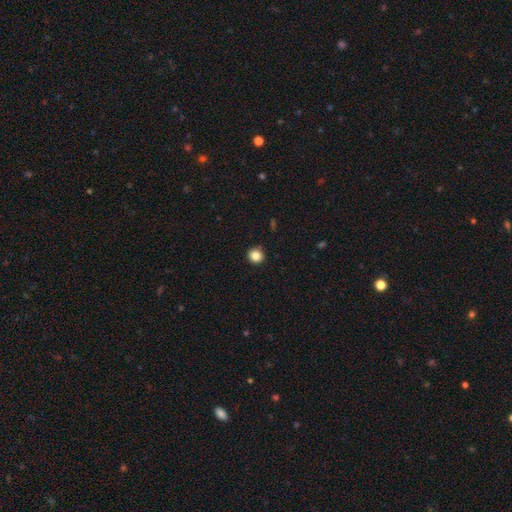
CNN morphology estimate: smooth 86%, star or artifact 10%, featured or disk 4%. Down the decision tree: how rounded — round (88%); merging — none (90%).